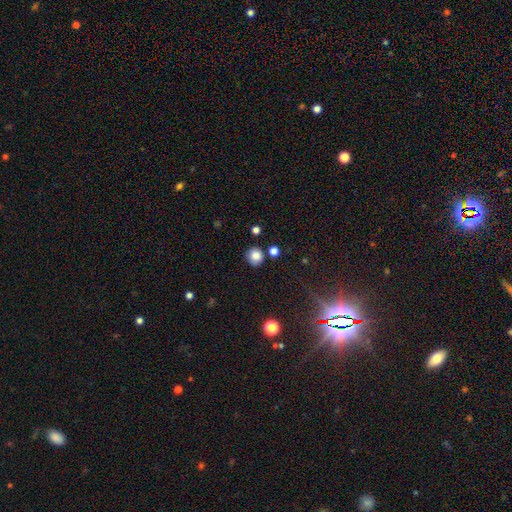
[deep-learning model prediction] Morphology: type=smooth (83%); roundness=round (90%); merging=none (82%).